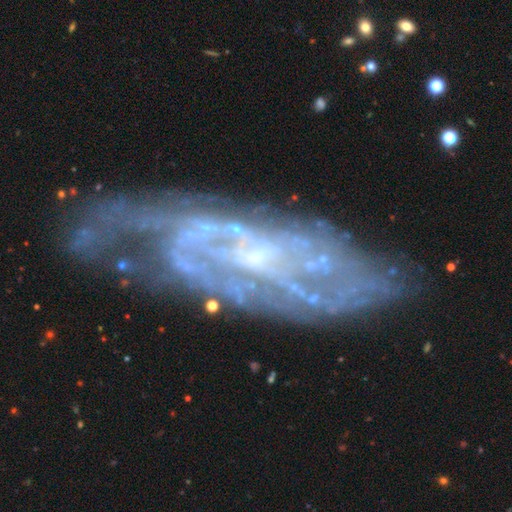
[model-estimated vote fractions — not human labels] Morphology: type=featured or disk (84%); edge-on=no (88%); bar=no (49%); spiral arms=yes (91%); winding=tight (58%); arm count=can't tell (41%); bulge=small (72%); merging=none (65%).